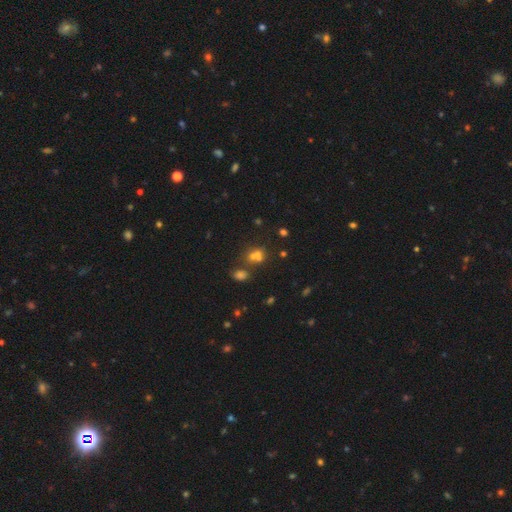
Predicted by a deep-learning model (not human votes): Smooth or featured?
  - smooth: 54% *
  - star or artifact: 34%
  - featured or disk: 12%
How rounded?
  - round: 65% *
  - in between: 33%
  - cigar-shaped: 2%
Merging?
  - none: 49% *
  - merger: 38%
  - minor disturbance: 9%
  - major disturbance: 5%